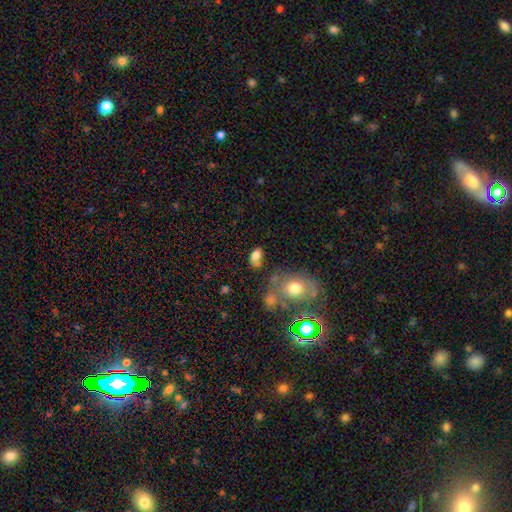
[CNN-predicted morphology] A smooth galaxy with no disk features (76%) that is in between round and cigar-shaped (86%).

Vote fractions:
- Smooth or featured? smooth: 76% / featured or disk: 12% / star or artifact: 11%
- How rounded? in between: 86% / round: 12% / cigar-shaped: 2%
- Merging? none: 52% / minor disturbance: 22% / merger: 15% / major disturbance: 11%